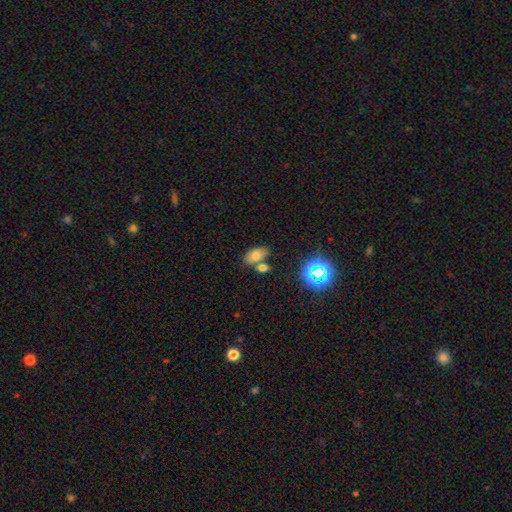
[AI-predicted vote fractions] Q: Smooth or featured?
A: smooth (71%); runner-up: star or artifact (16%)
Q: How rounded?
A: in between (89%); runner-up: round (9%)
Q: Merging?
A: none (55%); runner-up: merger (29%)